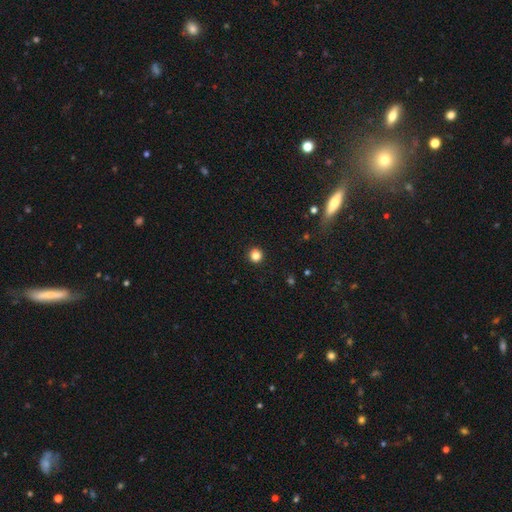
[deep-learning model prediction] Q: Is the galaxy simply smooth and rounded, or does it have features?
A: smooth — 84%.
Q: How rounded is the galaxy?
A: round — 94%.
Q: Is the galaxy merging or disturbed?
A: none — 93%.